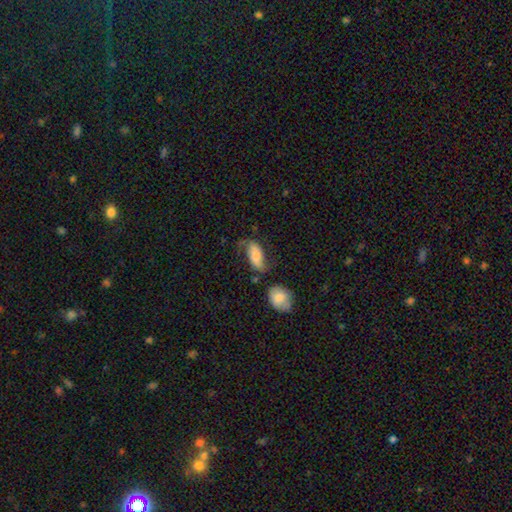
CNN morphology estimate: This appears to be a smooth galaxy with no disk features (49%). Merging: none (47%).